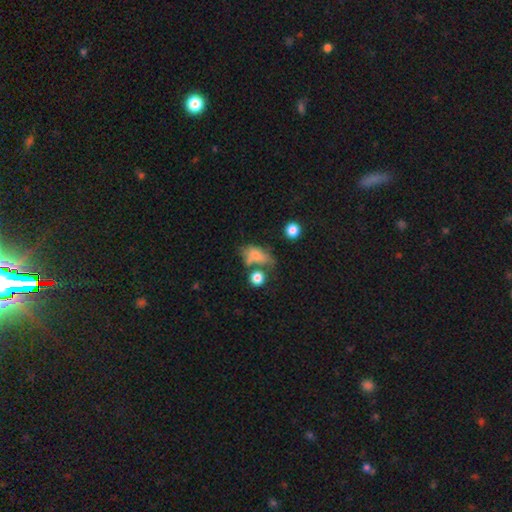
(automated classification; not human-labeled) smooth 68%, featured or disk 21%, star or artifact 11%. Down the decision tree: how rounded — in between (79%); merging — none (33%).